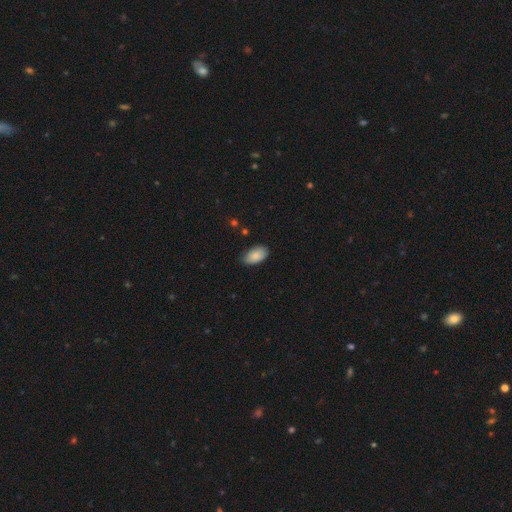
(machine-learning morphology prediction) Smooth or featured: smooth — 86% (featured or disk — 7%)
How rounded: in between — 94% (round — 4%)
Merging: none — 77% (minor disturbance — 19%)